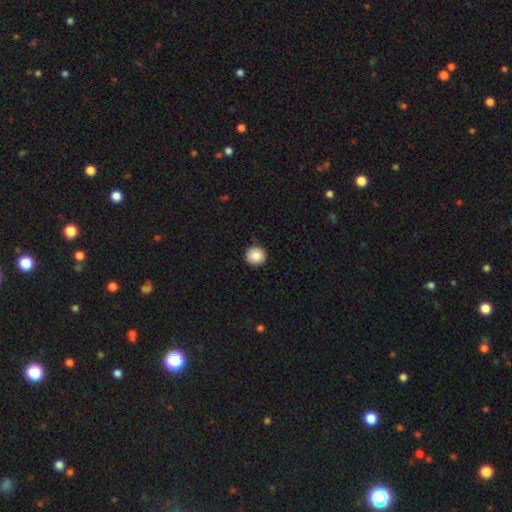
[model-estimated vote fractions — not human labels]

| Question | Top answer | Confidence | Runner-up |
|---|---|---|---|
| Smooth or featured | smooth | 83% | featured or disk (9%) |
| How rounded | round | 96% | in between (3%) |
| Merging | none | 92% | minor disturbance (6%) |